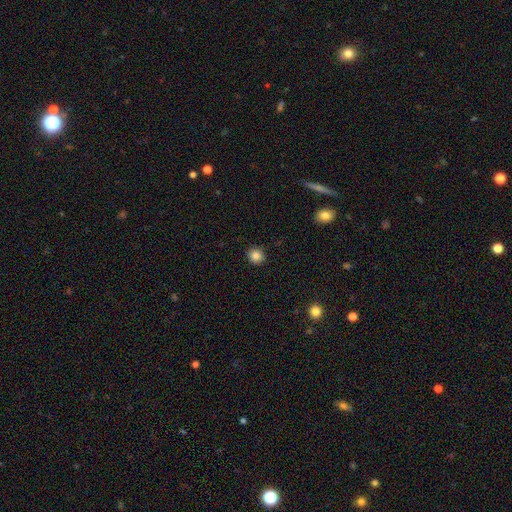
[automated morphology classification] smooth_or_featured: smooth (p=0.85) [alt: star or artifact p=0.11]
how_rounded: round (p=0.88) [alt: in between p=0.11]
merging: none (p=0.91) [alt: minor disturbance p=0.06]